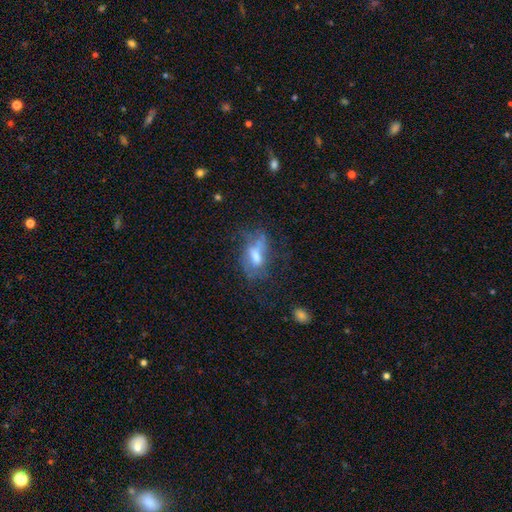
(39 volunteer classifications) This is likely a featured or disk galaxy (64%). It is clearly not viewed edge-on (100%). Bar: possibly no (48%). Spiral arm pattern: likely no (76%). Central bulge: likely moderate (76%). Merging: marginally minor disturbance (37%).